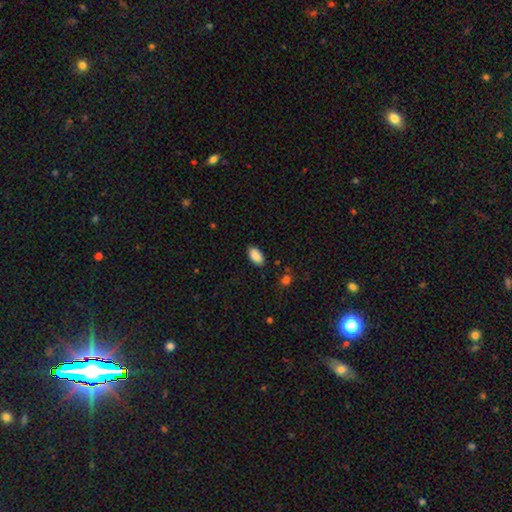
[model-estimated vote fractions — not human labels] smooth-or-featured: smooth: 89% | star or artifact: 7% | featured or disk: 4%
  how-rounded: in between: 94% | round: 3% | cigar-shaped: 3%
  merging: none: 86% | minor disturbance: 10% | major disturbance: 2% | merger: 1%